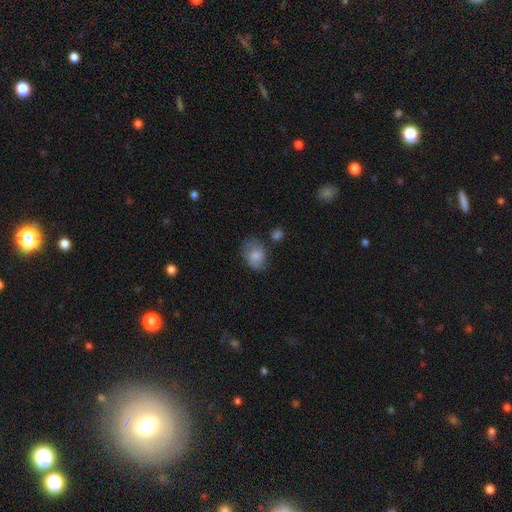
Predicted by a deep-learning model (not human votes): Morphology: type=smooth (80%); roundness=in between (71%); merging=none (57%).